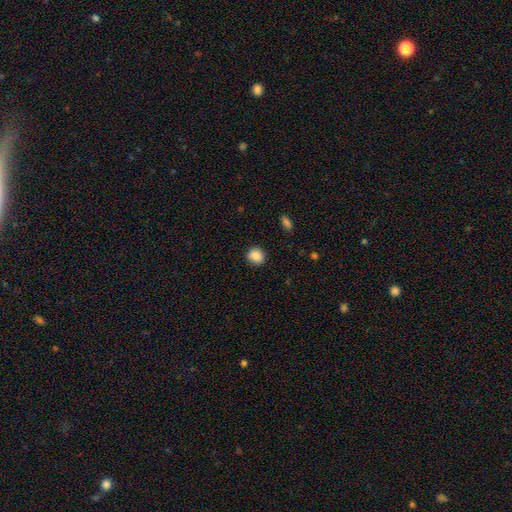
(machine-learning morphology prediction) Q: Smooth or featured?
A: smooth (88%); runner-up: star or artifact (8%)
Q: How rounded?
A: round (76%); runner-up: in between (23%)
Q: Merging?
A: none (89%); runner-up: minor disturbance (8%)